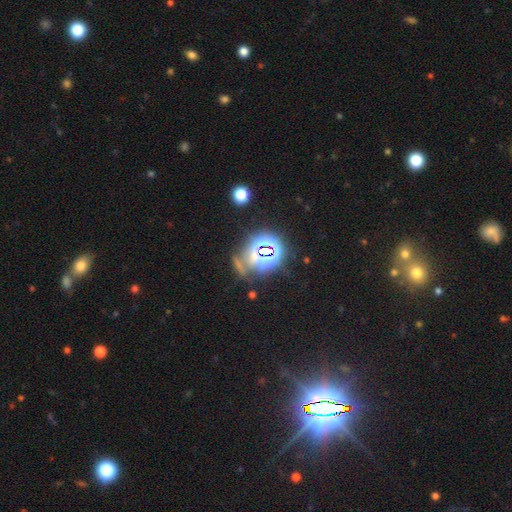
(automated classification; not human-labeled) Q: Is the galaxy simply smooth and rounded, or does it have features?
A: star or artifact — 68%.